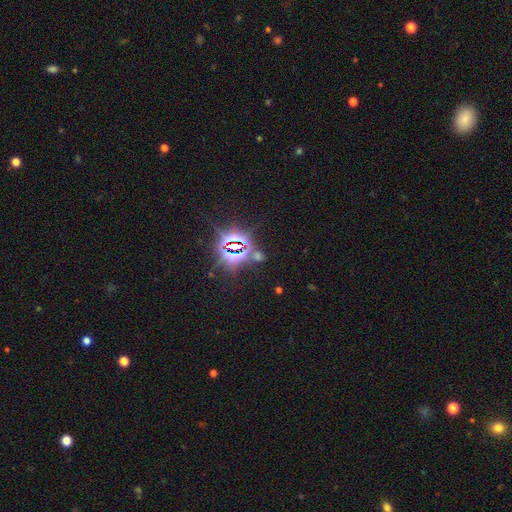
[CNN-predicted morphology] Smooth or featured? star or artifact (83%)